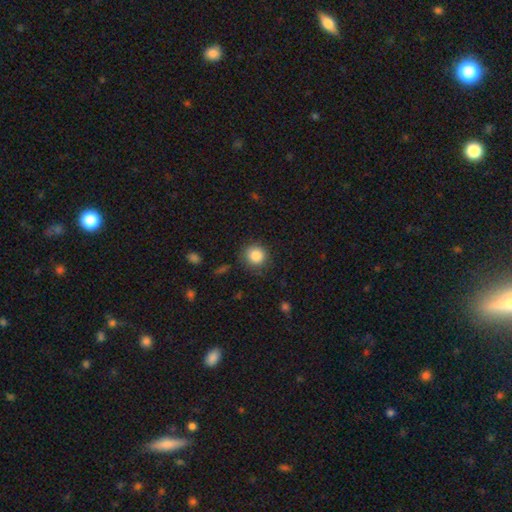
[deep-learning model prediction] This appears to be a smooth galaxy with no disk features (86%) that is round (91%). Merging: none (85%).